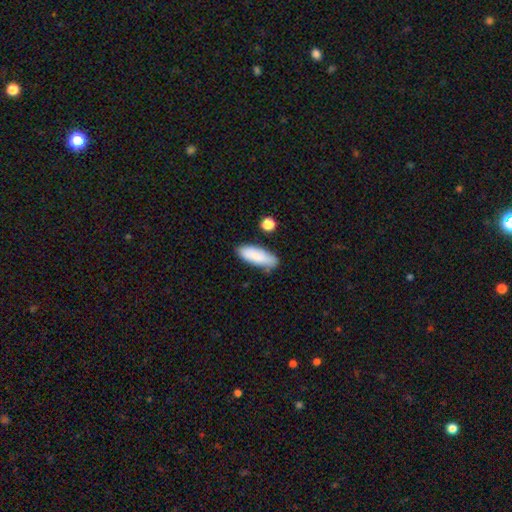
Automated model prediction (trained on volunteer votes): Smooth or featured? smooth (84%)
How rounded? in between (67%)
Merging? none (71%)